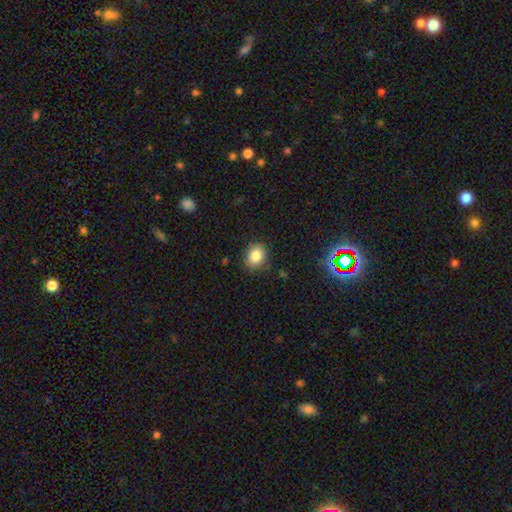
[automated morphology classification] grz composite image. It shows a smooth galaxy with no disk features (83%) that is round (57%). Merging: none (83%).